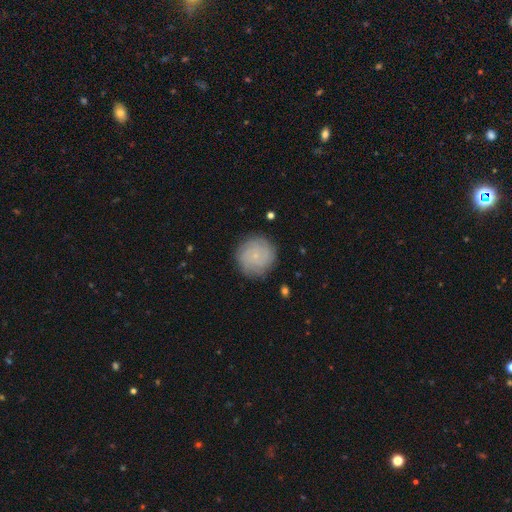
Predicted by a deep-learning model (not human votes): Smooth or featured: featured or disk — 58% (smooth — 34%)
Edge-on disk: no — 98% (yes — 2%)
Bar: no — 82% (weak — 16%)
Spiral arms: yes — 91% (no — 9%)
Spiral winding: tight — 75% (medium — 20%)
Spiral arm count: can't tell — 39% (4 — 17%)
Bulge size: small — 81% (none — 9%)
Merging: none — 84% (minor disturbance — 12%)